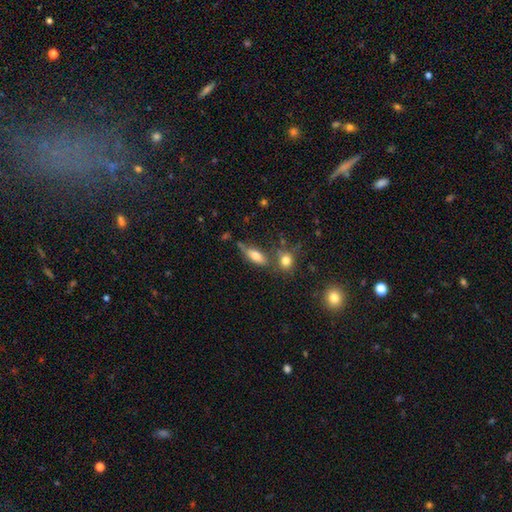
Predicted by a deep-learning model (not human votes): Q: Smooth or featured?
A: smooth (70%); runner-up: featured or disk (20%)
Q: How rounded?
A: in between (70%); runner-up: cigar-shaped (26%)
Q: Merging?
A: none (48%); runner-up: minor disturbance (21%)